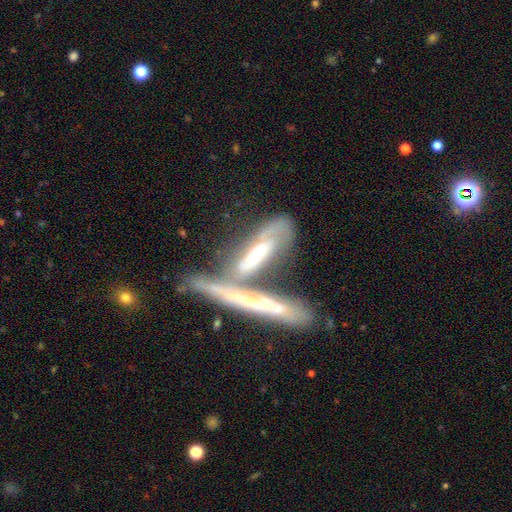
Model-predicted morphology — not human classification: smooth_or_featured: featured or disk (p=0.65) [alt: smooth p=0.28]
disk_edge_on: yes (p=0.56) [alt: no p=0.44]
merging: merger (p=0.47) [alt: none p=0.31]